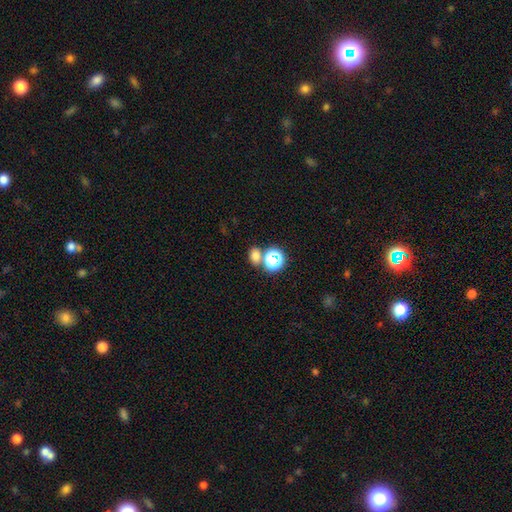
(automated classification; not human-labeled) Smooth or featured? Predicted: smooth (p=0.71). How rounded? Predicted: in between (p=0.54). Merging? Predicted: none (p=0.63).